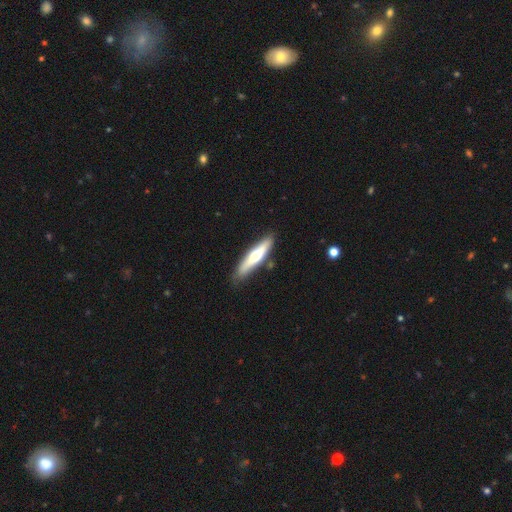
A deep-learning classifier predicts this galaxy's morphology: A featured or disk galaxy (48%). Merging: none (84%).